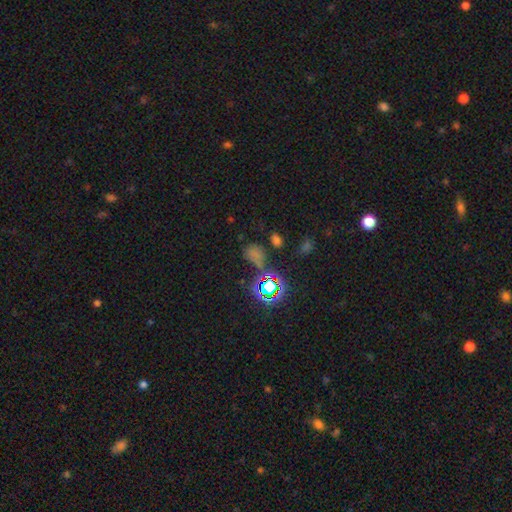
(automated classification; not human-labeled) A star or artifact, not a galaxy (49%).

Vote fractions:
- Smooth or featured? star or artifact: 49% / smooth: 43% / featured or disk: 8%